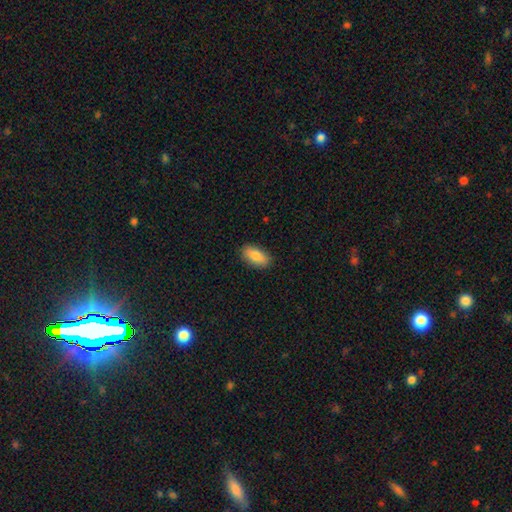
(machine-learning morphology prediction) The model was most divided on "smooth or featured": smooth: 84%, featured or disk: 9%, star or artifact: 7%. More confident: how rounded — in between (91%); merging — none (88%).